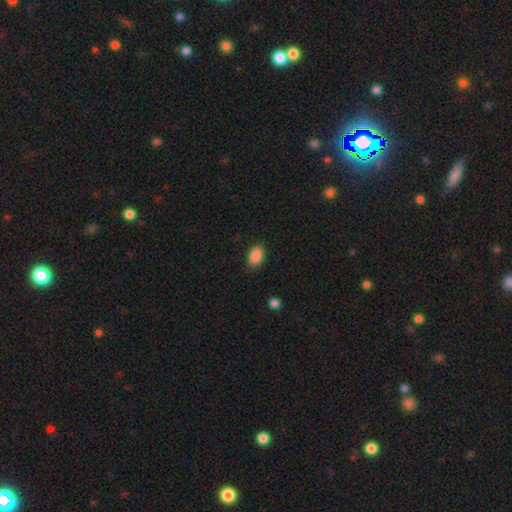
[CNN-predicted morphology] This is clearly a smooth galaxy (88%). How rounded: clearly in between (80%). Merging: clearly none (84%).